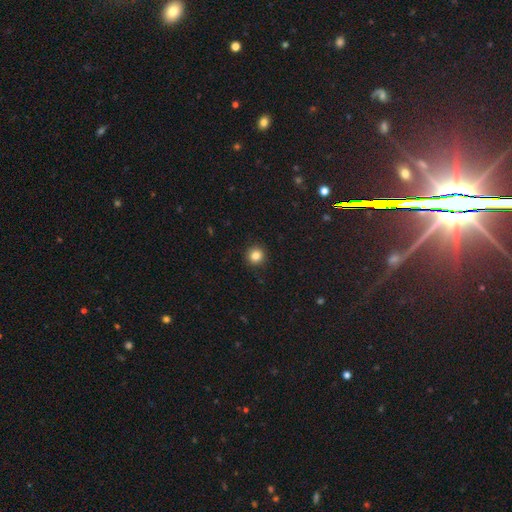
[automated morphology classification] type=smooth (84%); roundness=round (94%); merging=none (93%).